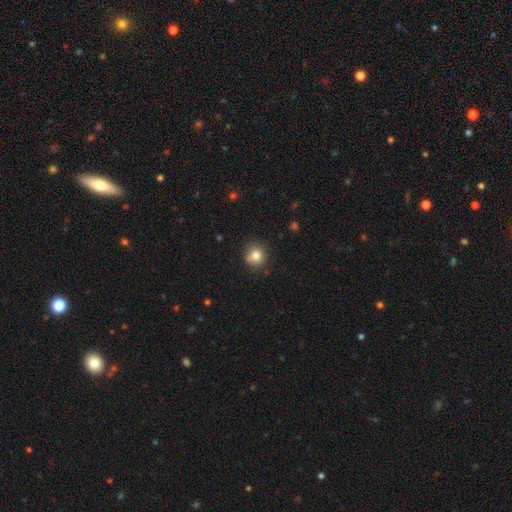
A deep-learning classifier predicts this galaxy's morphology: smooth 80%, star or artifact 12%, featured or disk 8%. Down the decision tree: how rounded — round (89%); merging — none (81%).